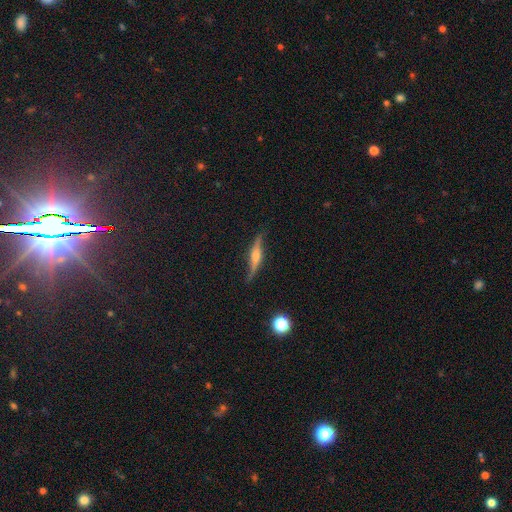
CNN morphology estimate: Smooth or featured?
  - featured or disk: 74% *
  - smooth: 19%
  - star or artifact: 7%
Edge-on disk?
  - yes: 79% *
  - no: 21%
Edge-on bulge?
  - rounded: 78% *
  - boxy: 14%
  - none: 9%
Merging?
  - none: 75% *
  - minor disturbance: 18%
  - major disturbance: 5%
  - merger: 2%